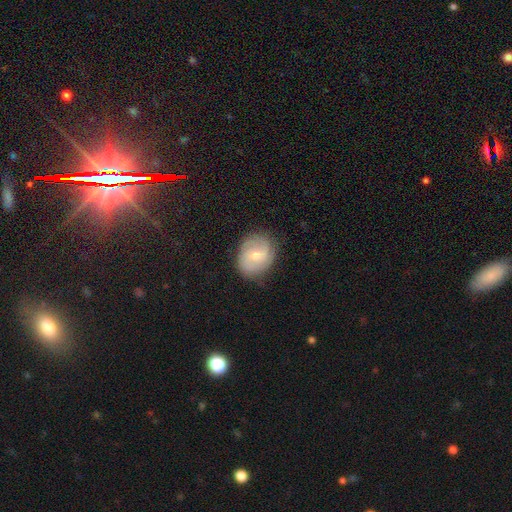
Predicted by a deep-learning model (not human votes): Smooth or featured? featured or disk (51%)
Edge-on disk? no (97%)
Merging? none (78%)